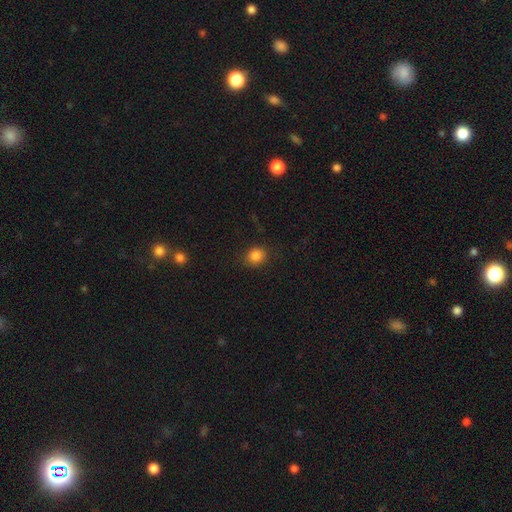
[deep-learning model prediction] The model was most divided on "how rounded": round: 74%, in between: 25%, cigar-shaped: 1%. More confident: merging — none (86%); smooth or featured — smooth (85%).